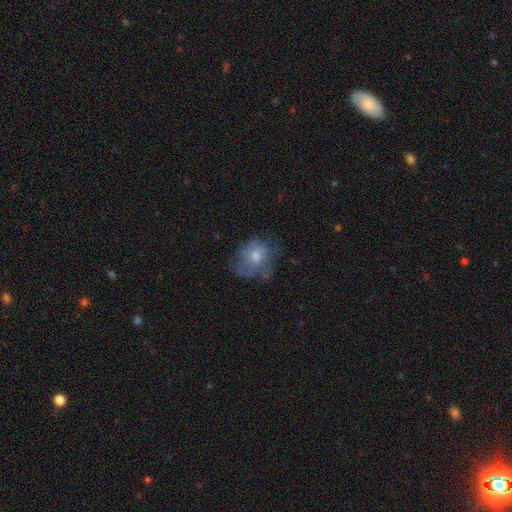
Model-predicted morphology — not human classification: This is possibly a smooth galaxy (51%). How rounded: likely round (62%). Merging: possibly none (55%).